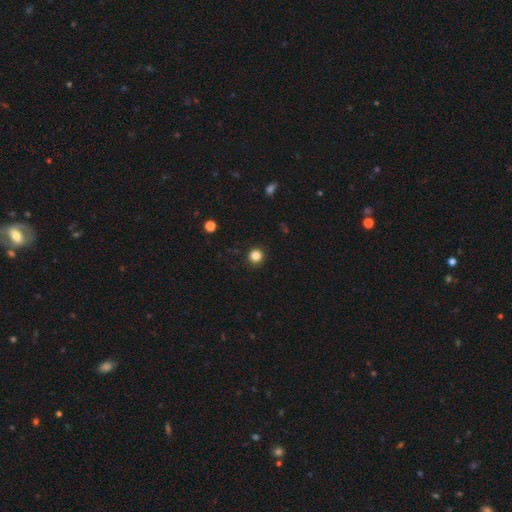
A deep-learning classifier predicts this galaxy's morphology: smooth-or-featured: smooth: 85% | star or artifact: 12% | featured or disk: 3%
  how-rounded: round: 95% | in between: 4% | cigar-shaped: 1%
  merging: none: 92% | minor disturbance: 5% | major disturbance: 2% | merger: 1%